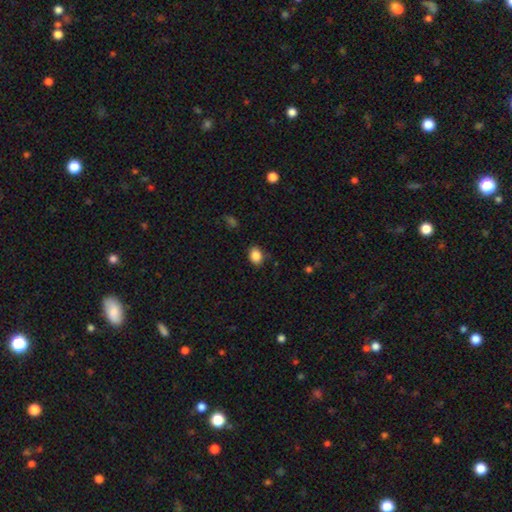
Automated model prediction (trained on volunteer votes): Smooth or featured? smooth (86%)
How rounded? in between (67%)
Merging? none (82%)